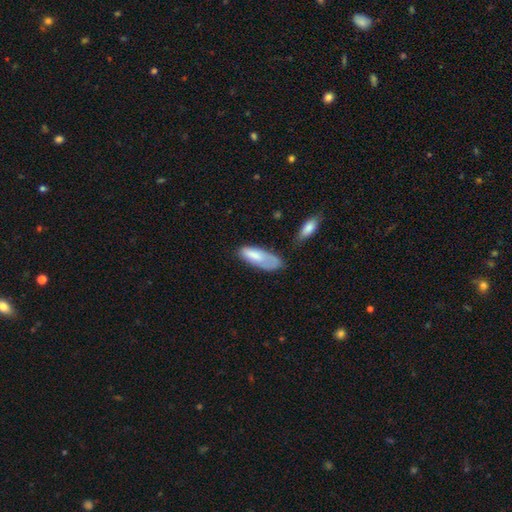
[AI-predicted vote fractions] Smooth or featured? Predicted: smooth (p=0.74). How rounded? Predicted: in between (p=0.70). Merging? Predicted: none (p=0.37).